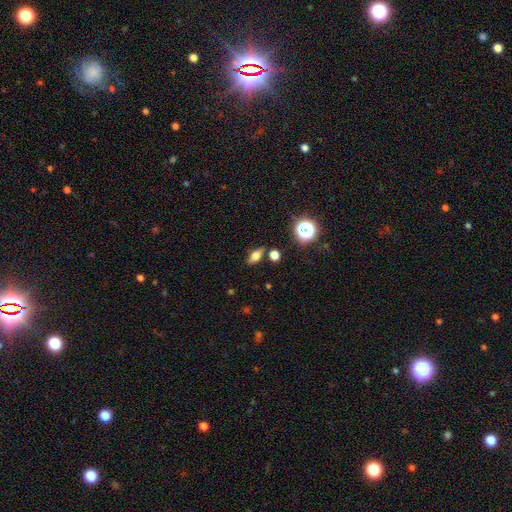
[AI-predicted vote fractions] The model was most divided on "smooth or featured": smooth: 61%, featured or disk: 25%, star or artifact: 14%. More confident: merging — none (79%); how rounded — in between (71%).